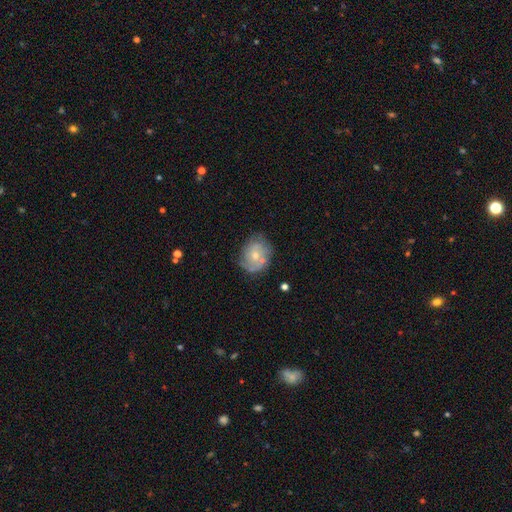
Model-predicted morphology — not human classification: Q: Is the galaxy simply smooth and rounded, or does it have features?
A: smooth — 47%.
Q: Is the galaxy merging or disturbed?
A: none — 59%.